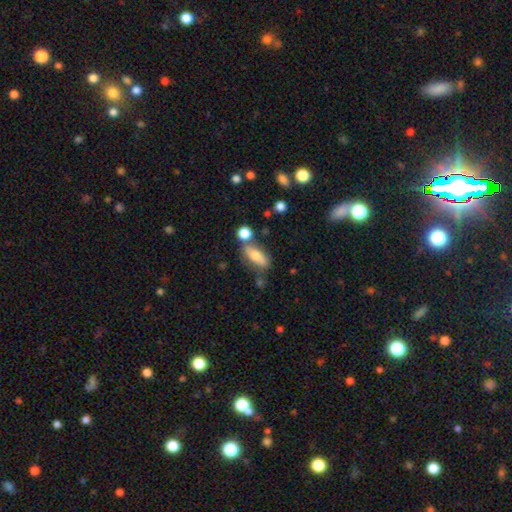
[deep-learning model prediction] smooth_or_featured: smooth (p=0.67) [alt: featured or disk p=0.25]
how_rounded: in between (p=0.72) [alt: cigar-shaped p=0.22]
merging: none (p=0.61) [alt: minor disturbance p=0.17]